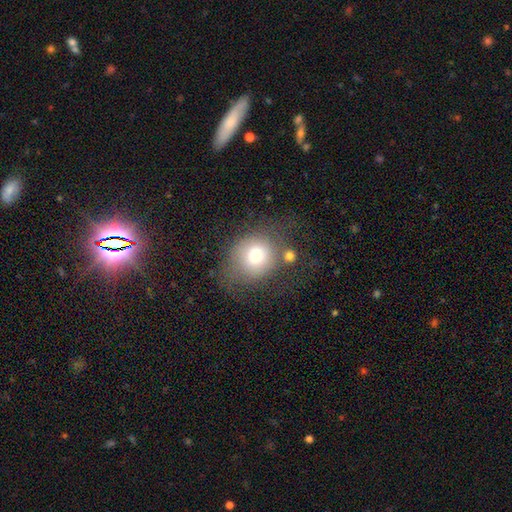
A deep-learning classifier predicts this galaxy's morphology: A smooth galaxy with no disk features (70%) that is round (80%).

Vote fractions:
- Smooth or featured? smooth: 70% / featured or disk: 18% / star or artifact: 12%
- How rounded? round: 80% / in between: 19% / cigar-shaped: 1%
- Merging? none: 50% / minor disturbance: 21% / major disturbance: 17% / merger: 13%